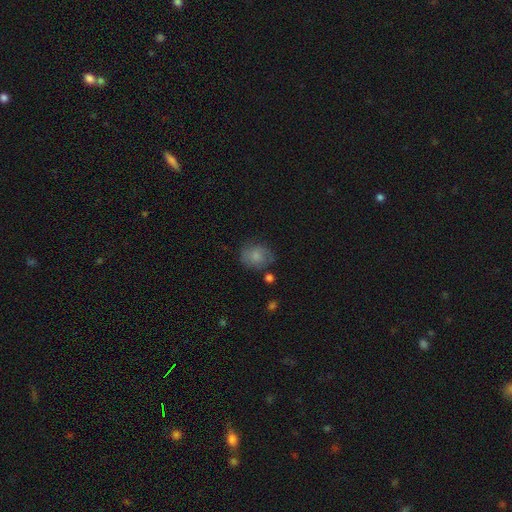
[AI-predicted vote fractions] Smooth or featured? Predicted: smooth (p=0.74). How rounded? Predicted: round (p=0.63). Merging? Predicted: none (p=0.64).